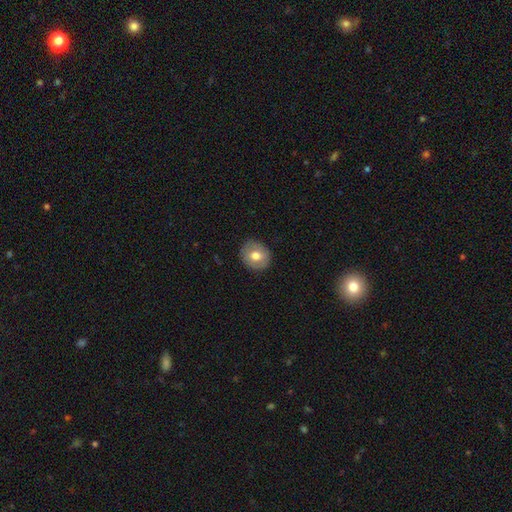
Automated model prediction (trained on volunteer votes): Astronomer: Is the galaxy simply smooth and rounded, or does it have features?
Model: smooth — 68%.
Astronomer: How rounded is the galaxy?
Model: round — 79%.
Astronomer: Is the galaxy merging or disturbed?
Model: none — 87%.